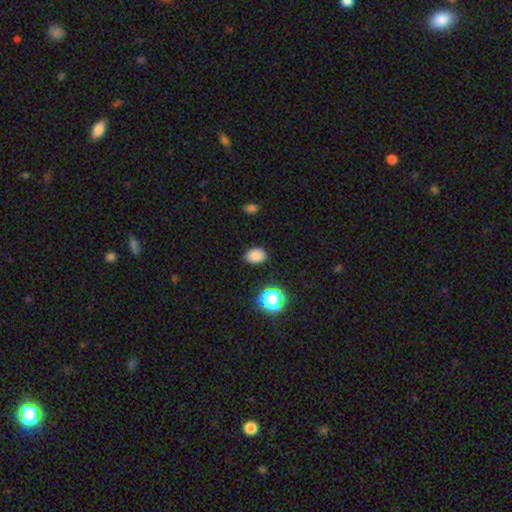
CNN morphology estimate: Overall: smooth (82%). How rounded: in between (76%). Merging: none (82%).